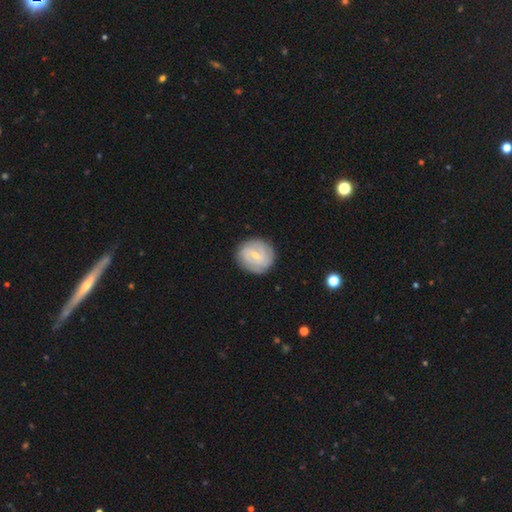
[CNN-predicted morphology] smooth_or_featured: featured or disk (p=0.63) [alt: smooth p=0.31]
disk_edge_on: no (p=0.97) [alt: yes p=0.03]
bar: weak (p=0.58) [alt: no p=0.24]
has_spiral_arms: yes (p=0.75) [alt: no p=0.25]
bulge_size: small (p=0.62) [alt: moderate p=0.34]
merging: none (p=0.84) [alt: minor disturbance p=0.11]